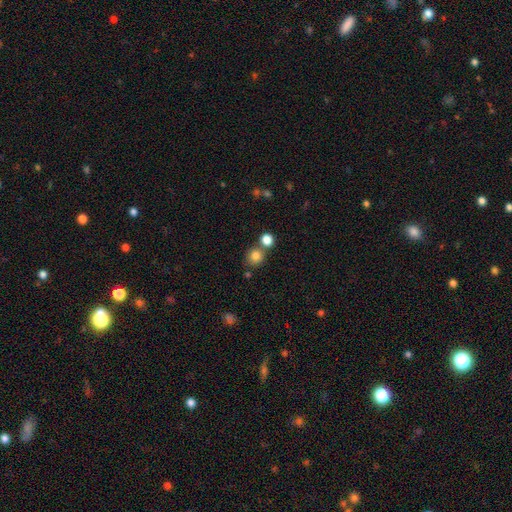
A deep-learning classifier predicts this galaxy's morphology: A smooth galaxy with no disk features (81%) that is round (89%). Merging: none (68%).